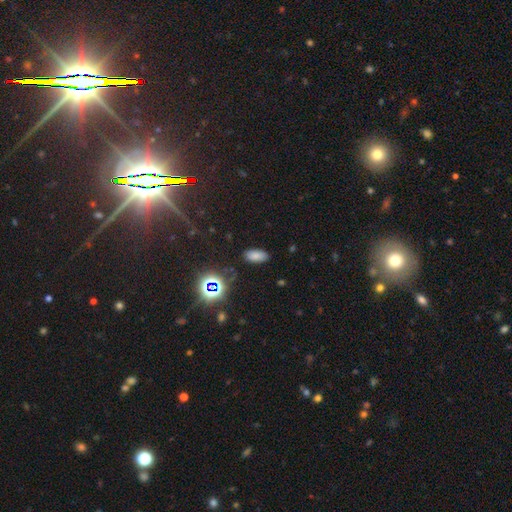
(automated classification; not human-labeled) Smooth or featured? smooth (72%)
How rounded? in between (90%)
Merging? none (84%)